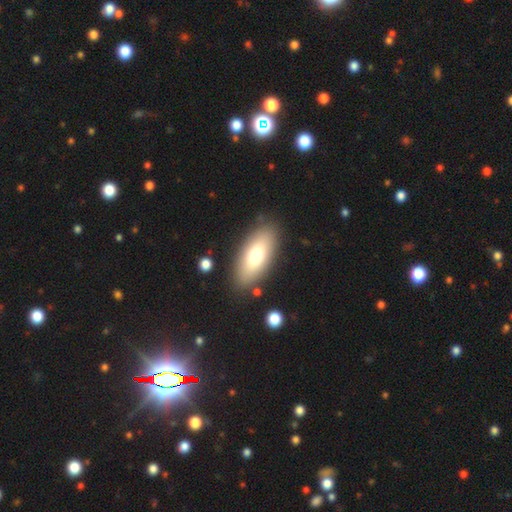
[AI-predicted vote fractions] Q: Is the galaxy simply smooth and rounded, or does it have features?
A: smooth — 70%.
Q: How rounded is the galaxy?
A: in between — 83%.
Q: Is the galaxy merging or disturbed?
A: none — 84%.